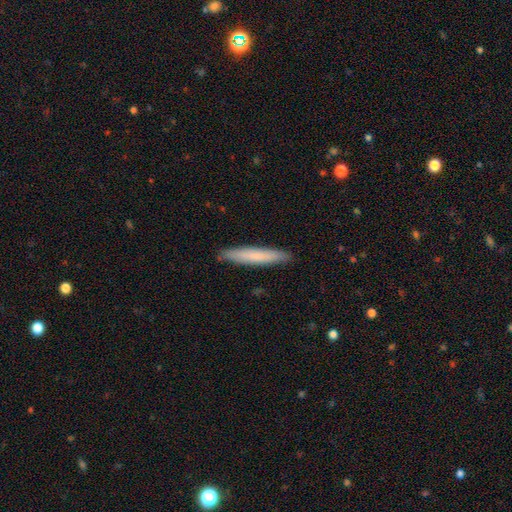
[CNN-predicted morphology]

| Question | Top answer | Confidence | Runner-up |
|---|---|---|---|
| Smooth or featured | smooth | 72% | featured or disk (22%) |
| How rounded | cigar-shaped | 94% | in between (5%) |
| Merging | none | 91% | minor disturbance (7%) |